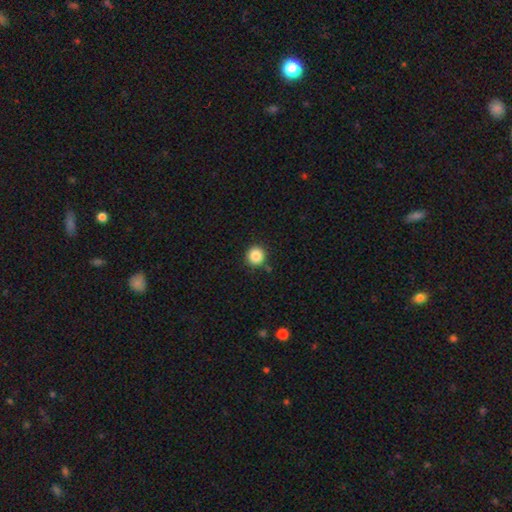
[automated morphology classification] Q: Smooth or featured?
A: smooth (86%); runner-up: star or artifact (10%)
Q: How rounded?
A: round (94%); runner-up: in between (5%)
Q: Merging?
A: none (87%); runner-up: minor disturbance (8%)